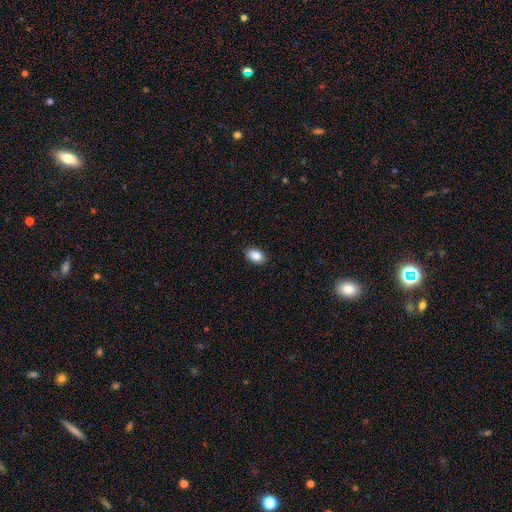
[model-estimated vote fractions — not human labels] A smooth galaxy with no disk features (88%) that is in between round and cigar-shaped (87%).

Vote fractions:
- Smooth or featured? smooth: 88% / star or artifact: 8% / featured or disk: 4%
- How rounded? in between: 87% / round: 11% / cigar-shaped: 1%
- Merging? none: 87% / minor disturbance: 10% / major disturbance: 2% / merger: 1%